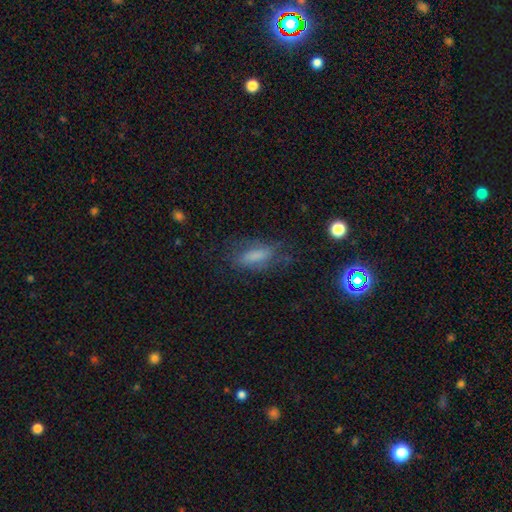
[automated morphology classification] Q: Smooth or featured?
A: smooth (65%); runner-up: featured or disk (21%)
Q: How rounded?
A: in between (66%); runner-up: cigar-shaped (30%)
Q: Merging?
A: none (58%); runner-up: minor disturbance (24%)